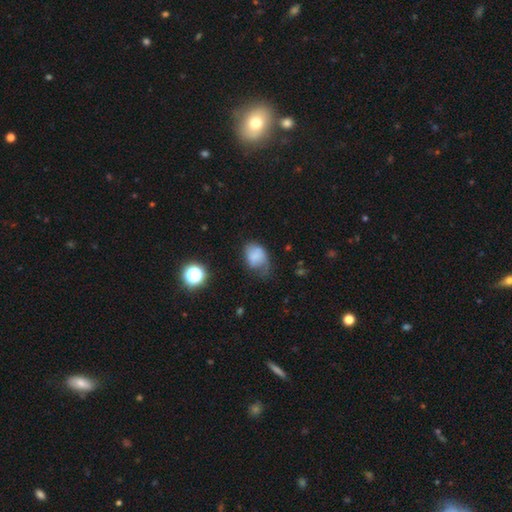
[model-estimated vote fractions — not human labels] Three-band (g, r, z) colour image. It shows a smooth galaxy with no disk features (70%) that is in between round and cigar-shaped (70%). Merging: minor disturbance (37%).